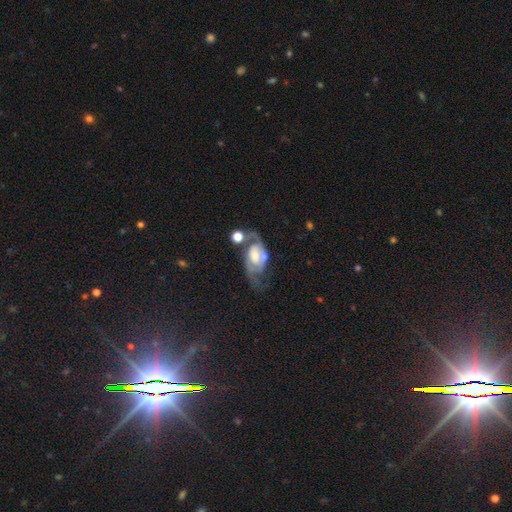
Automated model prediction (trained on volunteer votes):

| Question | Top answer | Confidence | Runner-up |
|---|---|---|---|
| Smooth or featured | featured or disk | 74% | smooth (19%) |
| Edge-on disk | no | 95% | yes (5%) |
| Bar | no | 54% | weak (35%) |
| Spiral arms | yes | 84% | no (16%) |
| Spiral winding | medium | 44% | tight (31%) |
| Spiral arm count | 2 | 73% | can't tell (13%) |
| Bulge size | moderate | 36% | large (30%) |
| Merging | none | 35% | major disturbance (26%) |